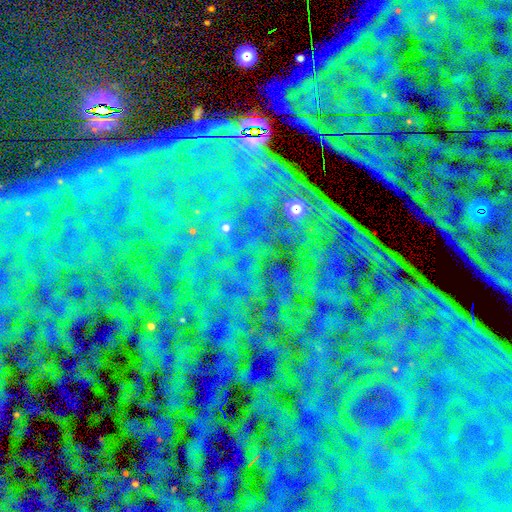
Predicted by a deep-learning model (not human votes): Smooth or featured?
  - star or artifact: 86% *
  - featured or disk: 8%
  - smooth: 7%